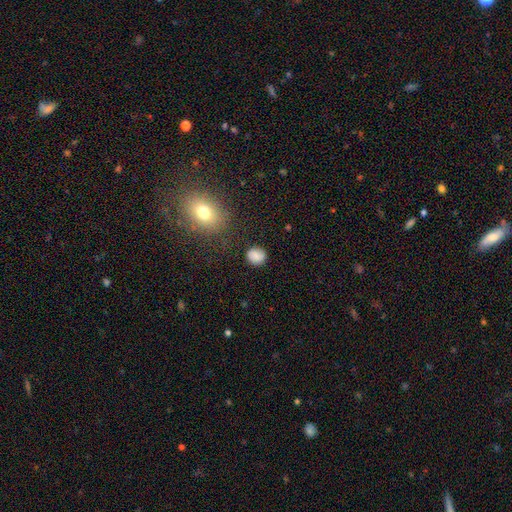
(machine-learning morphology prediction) Smooth or featured? smooth (81%)
How rounded? round (79%)
Merging? none (81%)